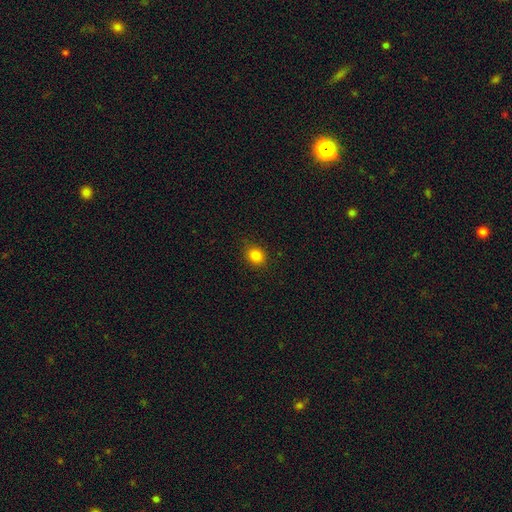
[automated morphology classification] Smooth or featured?
  - smooth: 83% *
  - star or artifact: 12%
  - featured or disk: 5%
How rounded?
  - round: 62% *
  - in between: 37%
  - cigar-shaped: 1%
Merging?
  - none: 88% *
  - minor disturbance: 9%
  - major disturbance: 2%
  - merger: 1%